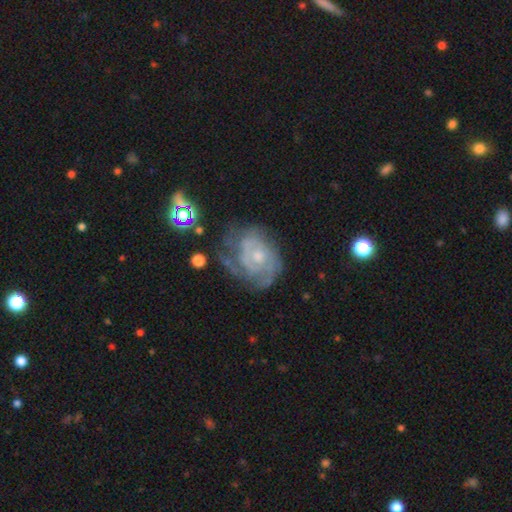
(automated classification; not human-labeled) Smooth or featured: featured or disk — 78% (smooth — 13%)
Edge-on disk: no — 97% (yes — 3%)
Bar: no — 75% (weak — 22%)
Spiral arms: yes — 86% (no — 14%)
Spiral winding: tight — 59% (medium — 32%)
Spiral arm count: can't tell — 42% (2 — 26%)
Bulge size: small — 51% (moderate — 40%)
Merging: none — 48% (minor disturbance — 26%)